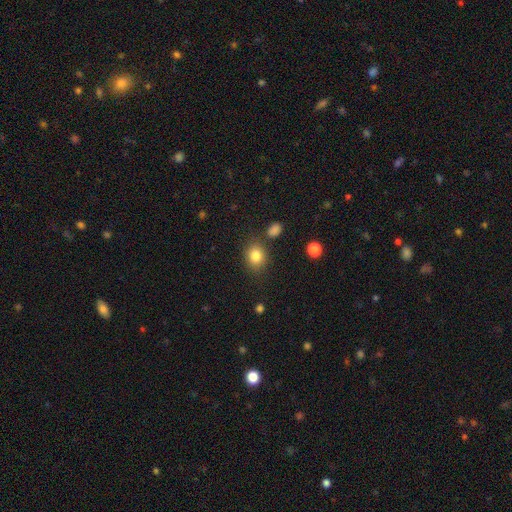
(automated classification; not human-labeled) A smooth galaxy with no disk features (83%) that is round (68%). Merging: none (79%).